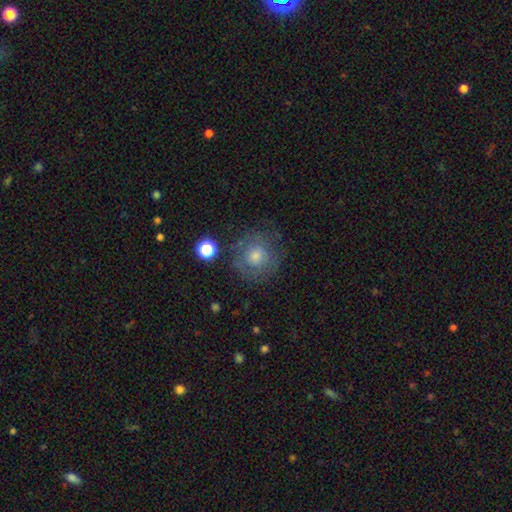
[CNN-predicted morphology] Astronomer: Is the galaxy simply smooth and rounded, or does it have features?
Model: smooth — 53% (runner-up: featured or disk, 34%).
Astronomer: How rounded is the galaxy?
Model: round — 91%.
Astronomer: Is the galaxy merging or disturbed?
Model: none — 76%.